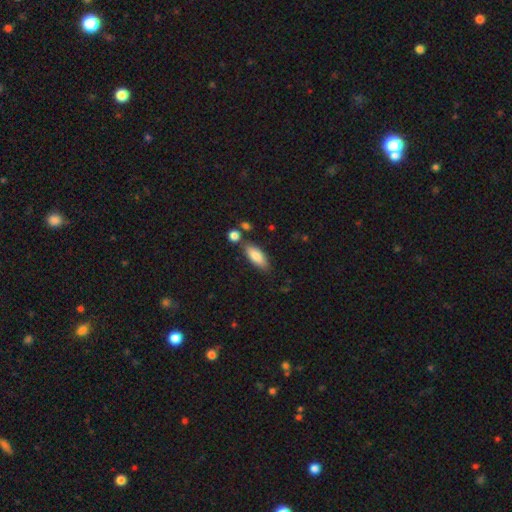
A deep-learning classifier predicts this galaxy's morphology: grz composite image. It shows a smooth galaxy with no disk features (84%) that is in between round and cigar-shaped (76%). Merging: none (73%).